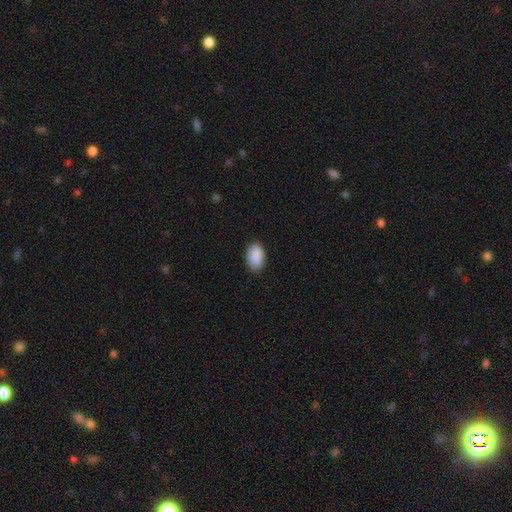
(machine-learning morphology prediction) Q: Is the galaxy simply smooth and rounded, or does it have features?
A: smooth — 90%.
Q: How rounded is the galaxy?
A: in between — 91%.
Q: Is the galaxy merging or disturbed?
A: none — 83%.